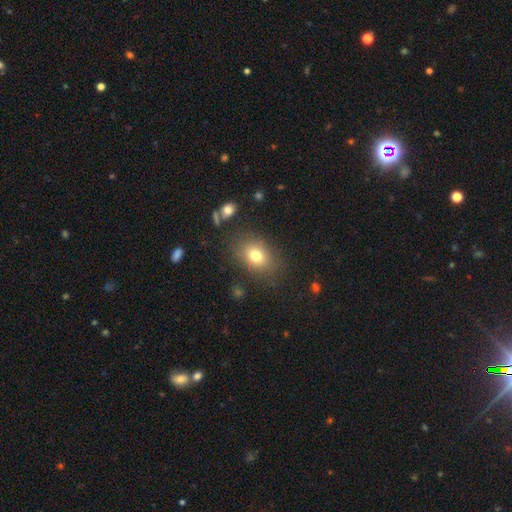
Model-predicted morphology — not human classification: smooth_or_featured: smooth (p=0.76) [alt: featured or disk p=0.12]
how_rounded: in between (p=0.68) [alt: round p=0.31]
merging: none (p=0.79) [alt: minor disturbance p=0.13]